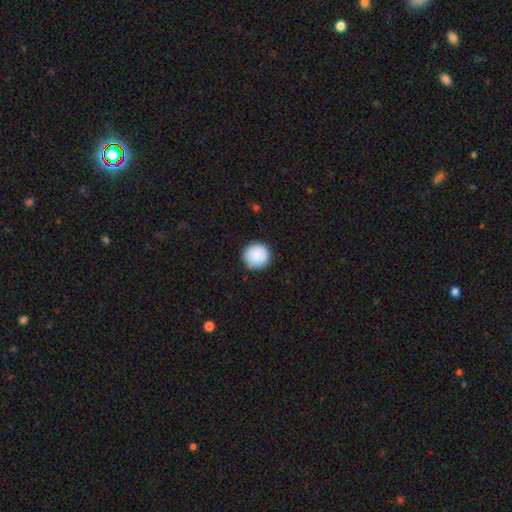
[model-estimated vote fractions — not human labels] Smooth or featured? smooth (87%)
How rounded? round (95%)
Merging? none (89%)